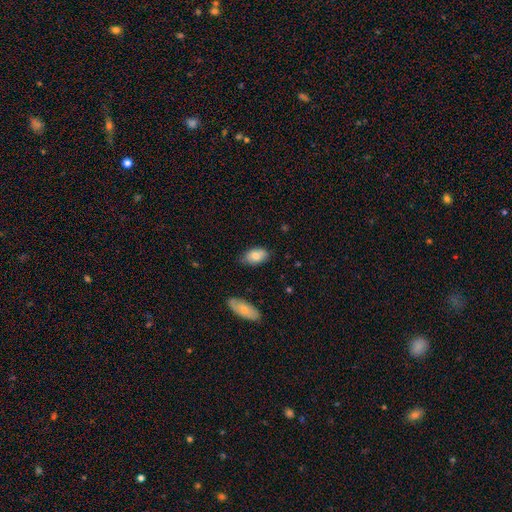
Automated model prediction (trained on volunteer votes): A smooth galaxy with no disk features (77%) that is in between round and cigar-shaped (92%).

Vote fractions:
- Smooth or featured? smooth: 77% / featured or disk: 17% / star or artifact: 7%
- How rounded? in between: 92% / round: 5% / cigar-shaped: 2%
- Merging? none: 73% / minor disturbance: 21% / major disturbance: 4% / merger: 2%